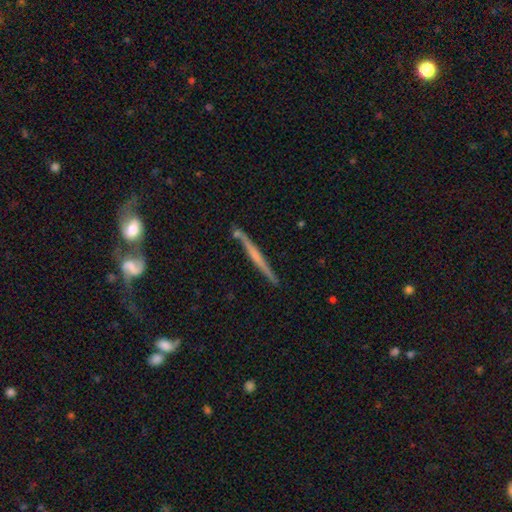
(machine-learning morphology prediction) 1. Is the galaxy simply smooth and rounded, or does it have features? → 60% featured or disk, 33% smooth, 6% star or artifact.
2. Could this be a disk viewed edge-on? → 98% yes, 2% no.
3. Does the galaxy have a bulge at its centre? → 58% none, 29% rounded, 13% boxy.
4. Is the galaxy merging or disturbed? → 85% none, 9% minor disturbance, 4% merger, 2% major disturbance.